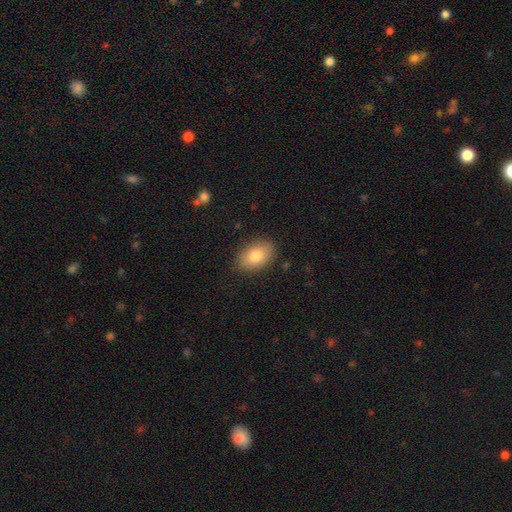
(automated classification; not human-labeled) smooth_or_featured: smooth (p=0.81) [alt: featured or disk p=0.12]
how_rounded: in between (p=0.89) [alt: round p=0.09]
merging: none (p=0.86) [alt: minor disturbance p=0.10]